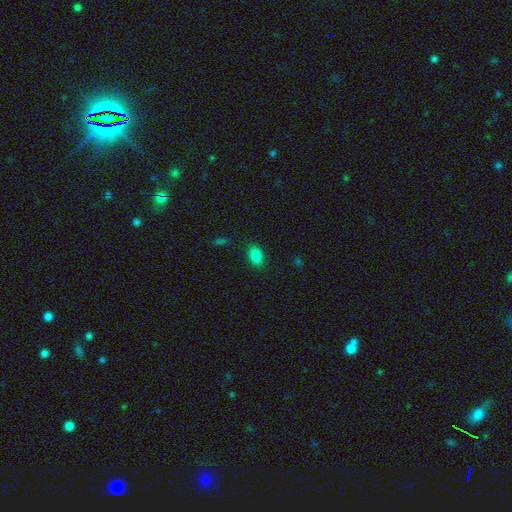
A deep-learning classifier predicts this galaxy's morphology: Smooth or featured: smooth — 85% (star or artifact — 10%)
How rounded: in between — 84% (round — 14%)
Merging: none — 83% (minor disturbance — 12%)